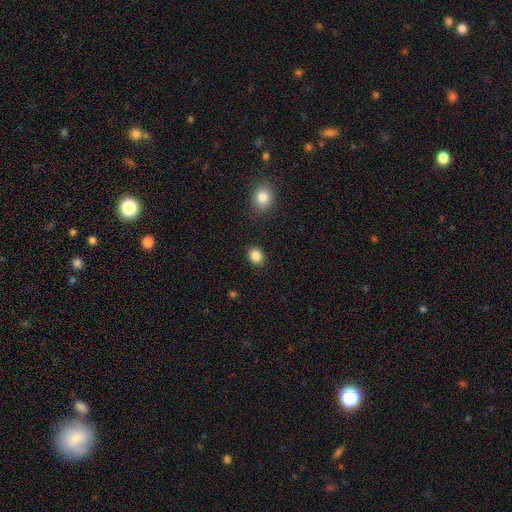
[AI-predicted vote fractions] Smooth or featured? Predicted: smooth (p=0.85). How rounded? Predicted: round (p=0.62). Merging? Predicted: none (p=0.89).